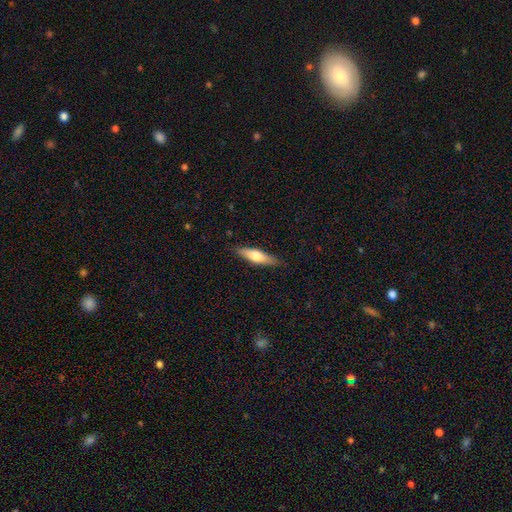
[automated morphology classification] Smooth or featured: smooth — 62% (featured or disk — 33%)
How rounded: cigar-shaped — 66% (in between — 33%)
Merging: none — 85% (minor disturbance — 11%)